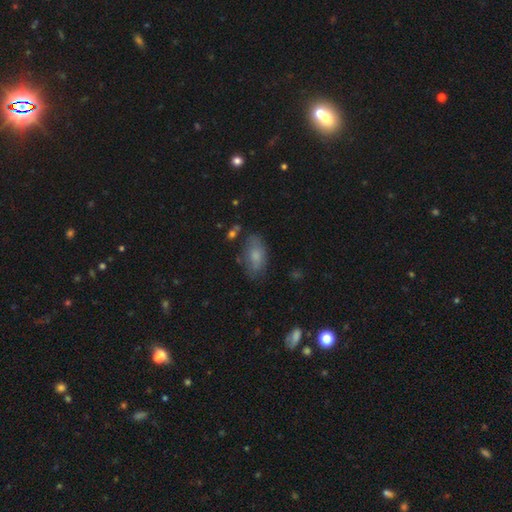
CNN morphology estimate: A smooth galaxy with no disk features (73%) that is in between round and cigar-shaped (90%). Merging: none (68%).